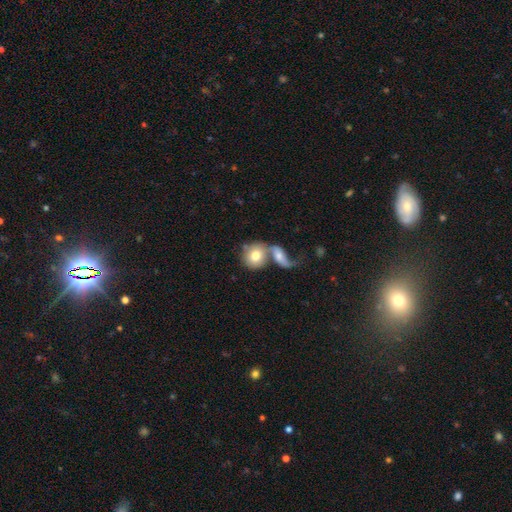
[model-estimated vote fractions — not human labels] Smooth or featured? Predicted: smooth (p=0.70). How rounded? Predicted: round (p=0.75). Merging? Predicted: merger (p=0.58).